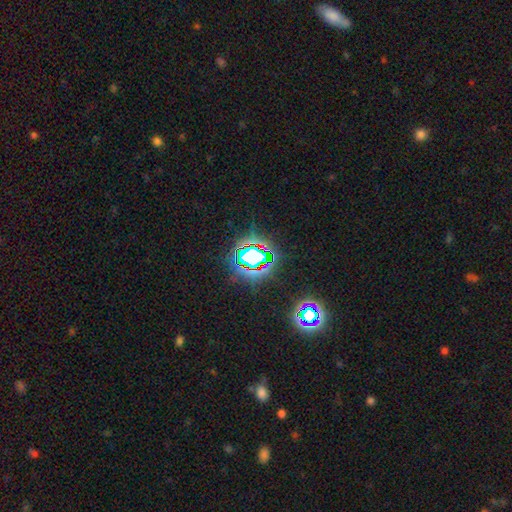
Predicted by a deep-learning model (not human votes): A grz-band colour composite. It shows a star or artifact, not a galaxy (80%).